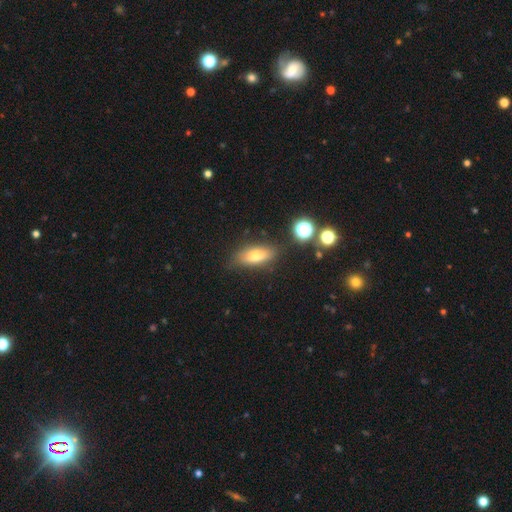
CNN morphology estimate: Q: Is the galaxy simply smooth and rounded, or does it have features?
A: smooth — 72%.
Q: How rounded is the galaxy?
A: in between — 74%.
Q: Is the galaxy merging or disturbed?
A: none — 80%.